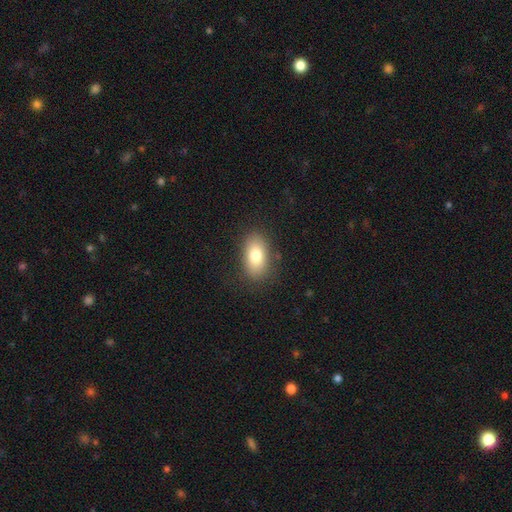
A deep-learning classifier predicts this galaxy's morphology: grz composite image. It shows a smooth galaxy with no disk features (80%) that is in between round and cigar-shaped (90%). Merging: none (84%).